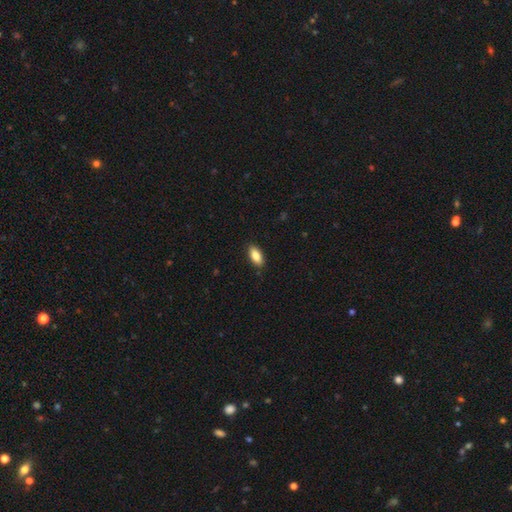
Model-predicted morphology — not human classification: Smooth or featured? Predicted: smooth (p=0.87). How rounded? Predicted: in between (p=0.89). Merging? Predicted: none (p=0.87).